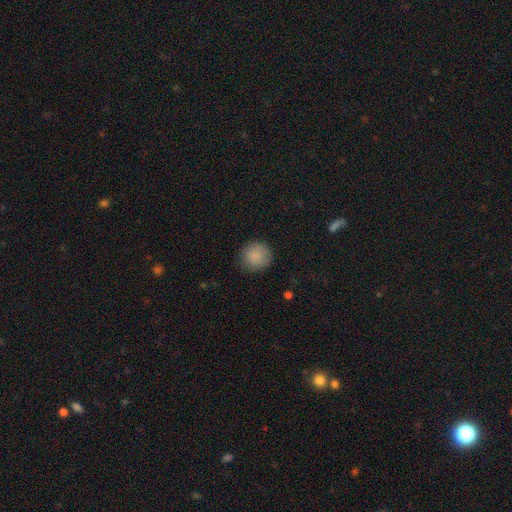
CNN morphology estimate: Smooth or featured? smooth (88%)
How rounded? round (92%)
Merging? none (85%)